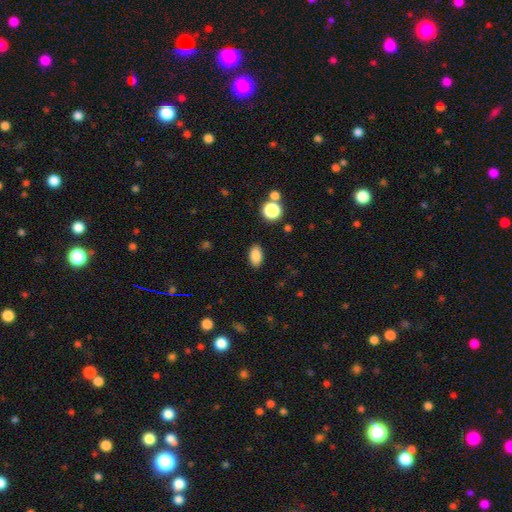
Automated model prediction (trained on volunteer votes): Q: Smooth or featured?
A: smooth (86%); runner-up: star or artifact (10%)
Q: How rounded?
A: in between (90%); runner-up: round (8%)
Q: Merging?
A: none (87%); runner-up: minor disturbance (8%)